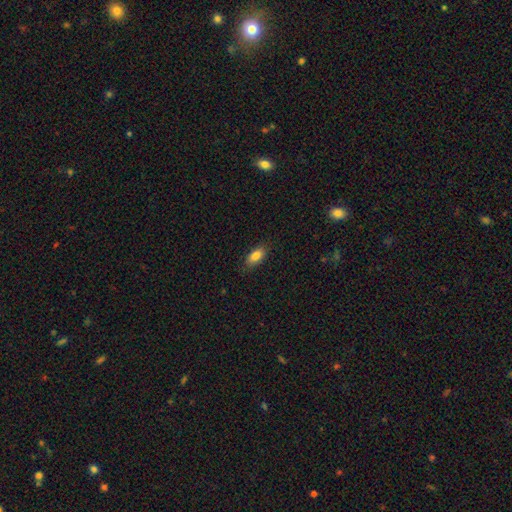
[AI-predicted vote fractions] Smooth or featured? Predicted: smooth (p=0.84). How rounded? Predicted: in between (p=0.88). Merging? Predicted: none (p=0.85).